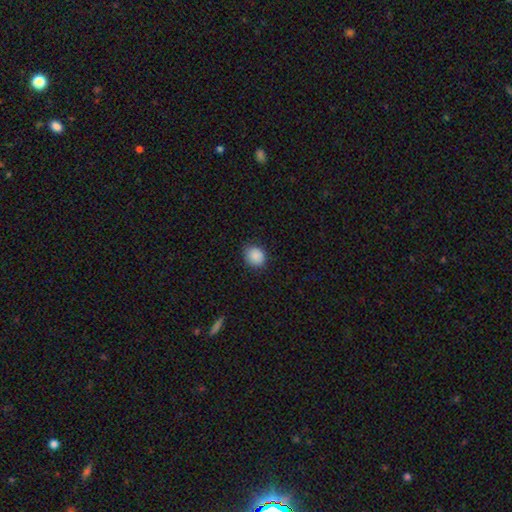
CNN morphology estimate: smooth_or_featured: smooth (p=0.89) [alt: star or artifact p=0.08]
how_rounded: round (p=0.69) [alt: in between p=0.30]
merging: none (p=0.85) [alt: minor disturbance p=0.11]